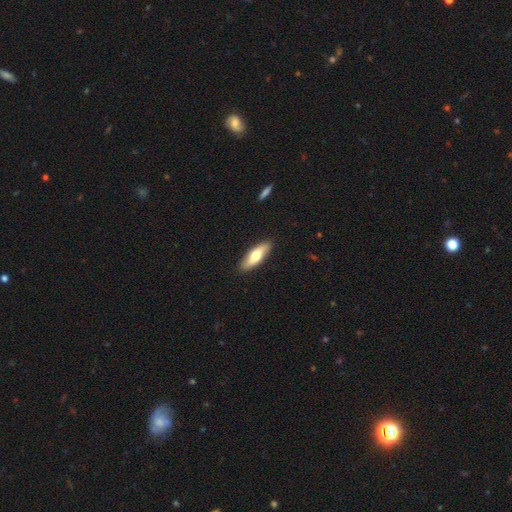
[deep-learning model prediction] Smooth or featured: smooth — 65% (featured or disk — 30%)
How rounded: in between — 56% (cigar-shaped — 42%)
Merging: none — 88% (minor disturbance — 9%)